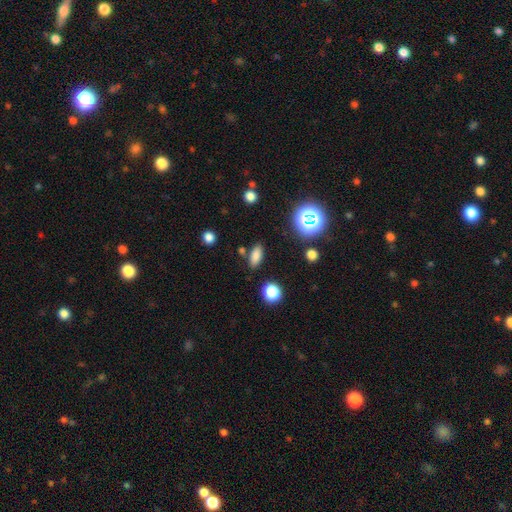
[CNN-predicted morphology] A smooth galaxy with no disk features (79%) that is in between round and cigar-shaped (78%). Merging: none (83%).